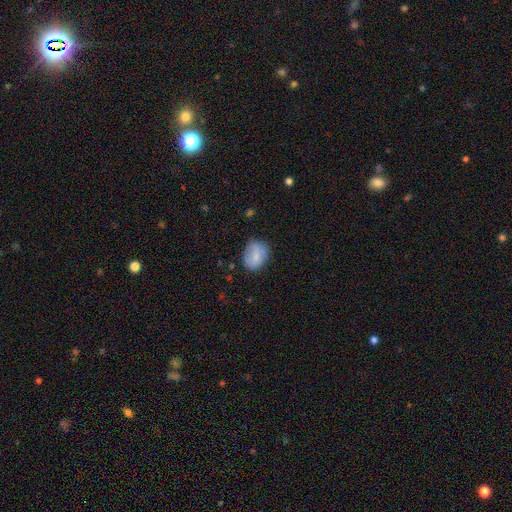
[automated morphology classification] This appears to be a smooth galaxy with no disk features (75%) that is in between round and cigar-shaped (56%). Merging: none (72%).